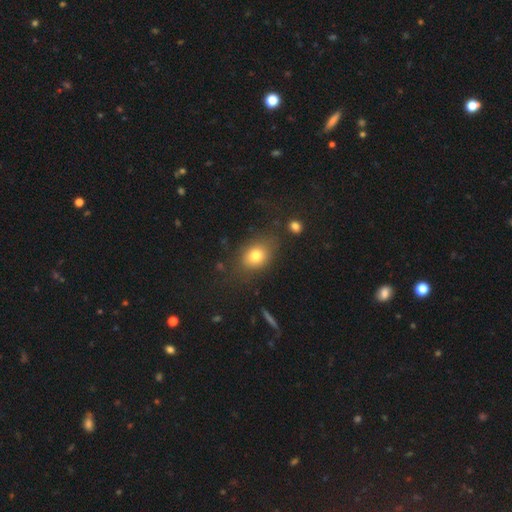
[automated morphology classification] Q: Smooth or featured?
A: smooth (77%); runner-up: star or artifact (11%)
Q: How rounded?
A: in between (58%); runner-up: round (41%)
Q: Merging?
A: none (72%); runner-up: minor disturbance (17%)